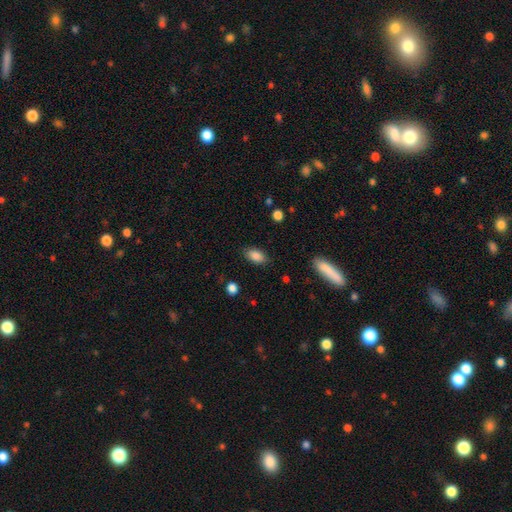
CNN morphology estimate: A smooth galaxy with no disk features (87%) that is in between round and cigar-shaped (91%).

Vote fractions:
- Smooth or featured? smooth: 87% / star or artifact: 8% / featured or disk: 5%
- How rounded? in between: 91% / round: 6% / cigar-shaped: 3%
- Merging? none: 85% / minor disturbance: 11% / major disturbance: 3% / merger: 1%